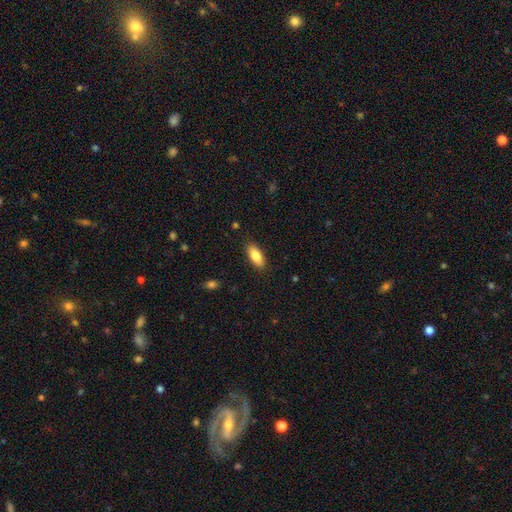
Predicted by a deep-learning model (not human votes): smooth 84%, featured or disk 9%, star or artifact 6%. Down the decision tree: how rounded — in between (82%); merging — none (87%).